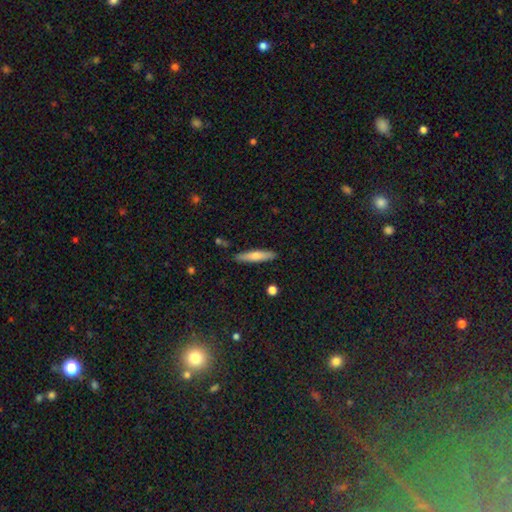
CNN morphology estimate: smooth 61%, featured or disk 33%, star or artifact 6%. Down the decision tree: how rounded — cigar-shaped (86%); merging — none (88%).